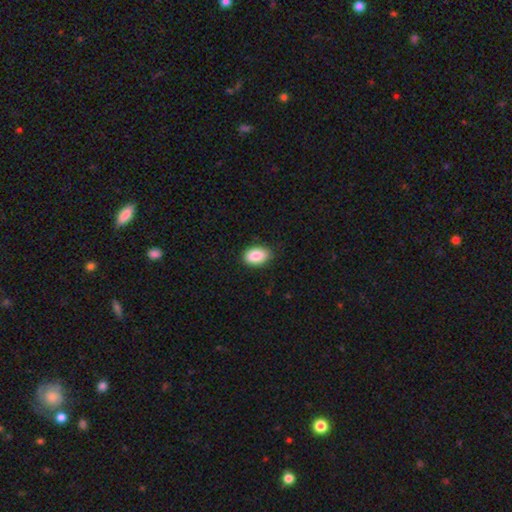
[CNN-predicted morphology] This appears to be a smooth galaxy with no disk features (88%) that is in between round and cigar-shaped (90%). Merging: none (83%).